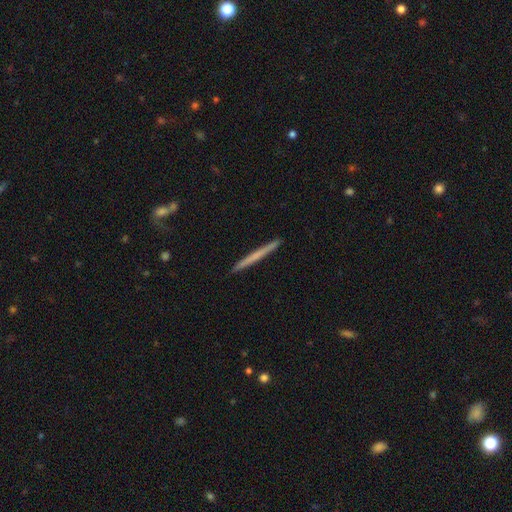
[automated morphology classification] smooth 49%, featured or disk 46%, star or artifact 6%. Down the decision tree: merging — none (93%).